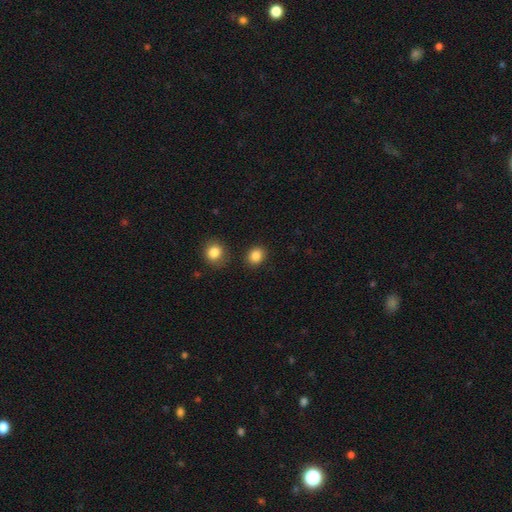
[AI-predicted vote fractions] Morphology: type=smooth (85%); roundness=round (68%); merging=none (87%).